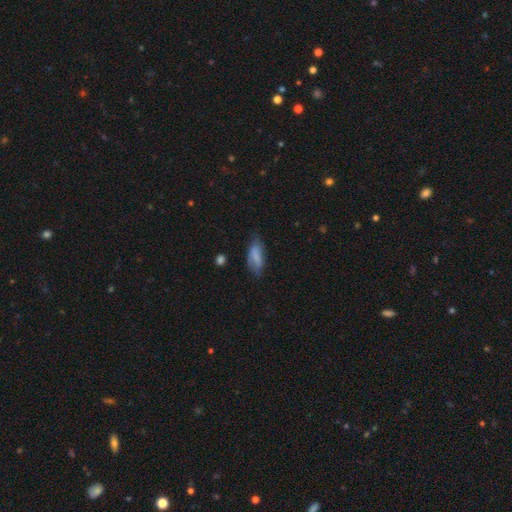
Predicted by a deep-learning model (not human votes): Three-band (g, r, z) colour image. It shows a smooth galaxy with no disk features (73%) that is in between round and cigar-shaped (77%). Merging: none (56%).